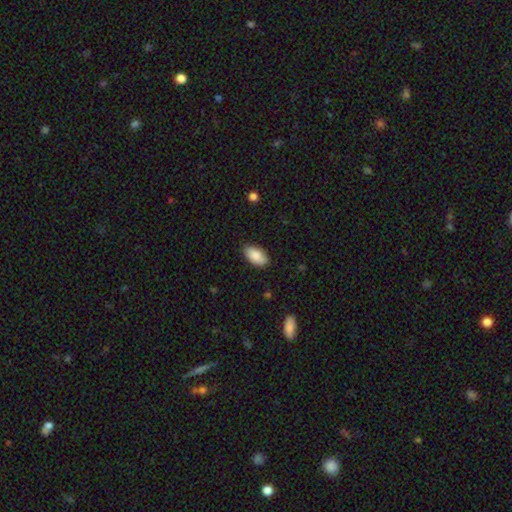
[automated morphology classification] Smooth or featured? smooth (87%)
How rounded? in between (94%)
Merging? none (82%)